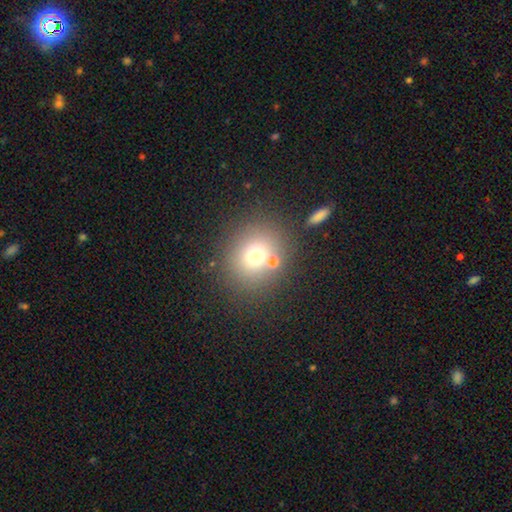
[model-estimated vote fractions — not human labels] Smooth or featured? Predicted: smooth (p=0.69). How rounded? Predicted: round (p=0.81). Merging? Predicted: none (p=0.71).